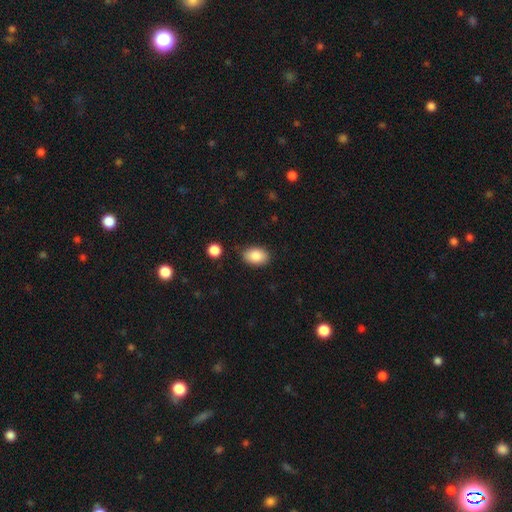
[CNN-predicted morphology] This is clearly a smooth galaxy (86%). How rounded: clearly in between (85%). Merging: clearly none (82%).